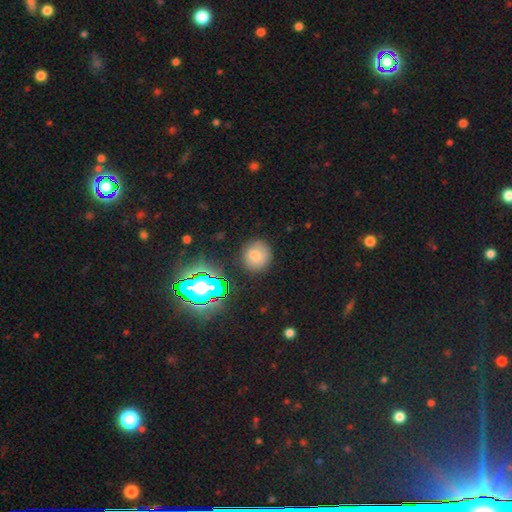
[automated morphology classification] smooth 74%, star or artifact 16%, featured or disk 9%. Down the decision tree: how rounded — round (86%); merging — none (84%).